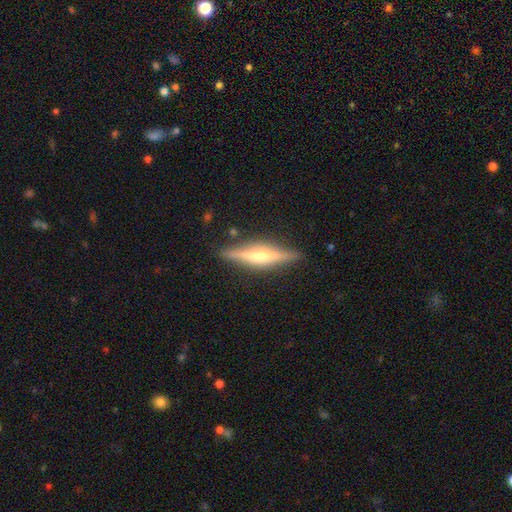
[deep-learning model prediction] The model was most divided on "smooth or featured": featured or disk: 72%, smooth: 22%, star or artifact: 6%. More confident: edge-on disk — yes (97%); merging — none (88%); edge-on bulge — rounded (77%).